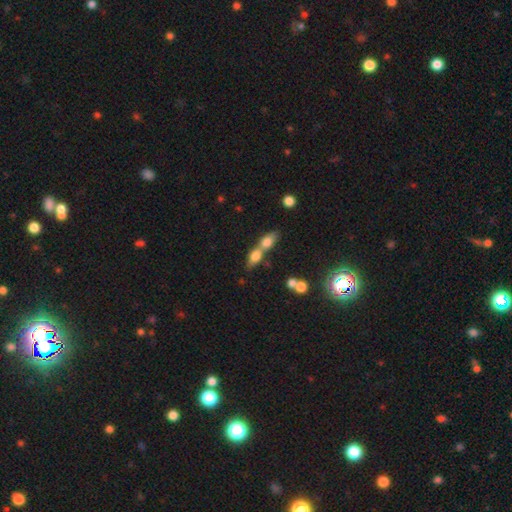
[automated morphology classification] A smooth galaxy with no disk features (70%) that is in between round and cigar-shaped (64%).

Vote fractions:
- Smooth or featured? smooth: 70% / featured or disk: 19% / star or artifact: 11%
- How rounded? in between: 64% / round: 18% / cigar-shaped: 17%
- Merging? merger: 68% / none: 21% / minor disturbance: 6% / major disturbance: 4%